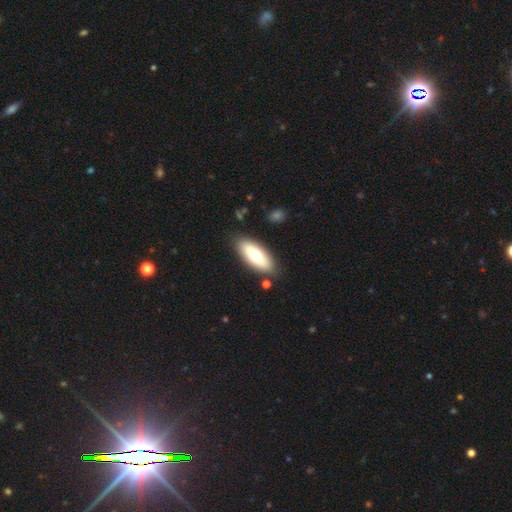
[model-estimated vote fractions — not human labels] A smooth galaxy with no disk features (67%) that is in between round and cigar-shaped (81%).

Vote fractions:
- Smooth or featured? smooth: 67% / featured or disk: 27% / star or artifact: 6%
- How rounded? in between: 81% / cigar-shaped: 17% / round: 2%
- Merging? none: 85% / minor disturbance: 10% / merger: 3% / major disturbance: 3%